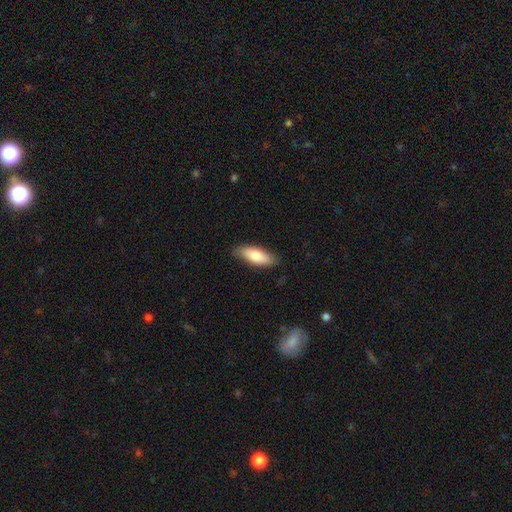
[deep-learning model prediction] This is likely a smooth galaxy (77%). How rounded: likely in between (71%). Merging: clearly none (84%).